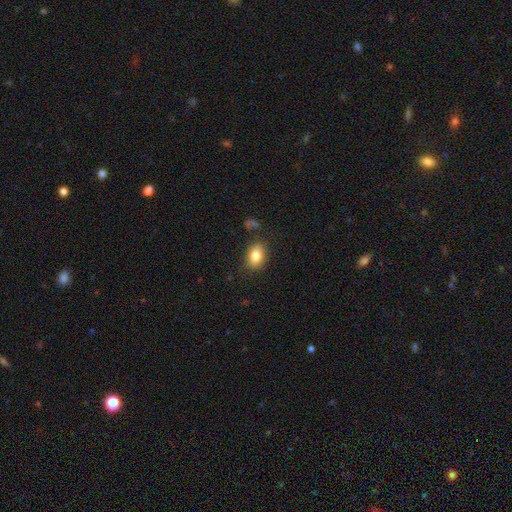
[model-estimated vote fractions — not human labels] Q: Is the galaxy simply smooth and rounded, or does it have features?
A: smooth — 83%.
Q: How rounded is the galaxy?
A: in between — 80%.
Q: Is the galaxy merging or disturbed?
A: none — 82%.